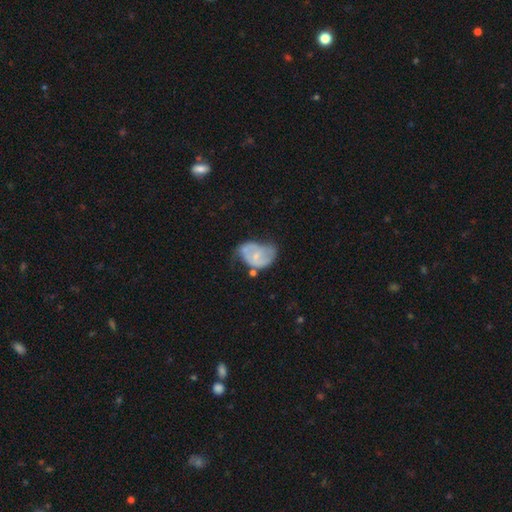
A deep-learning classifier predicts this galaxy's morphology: Smooth or featured? Predicted: featured or disk (p=0.56). Edge-on disk? Predicted: no (p=0.97). Bar? Predicted: no (p=0.59). Spiral arms? Predicted: yes (p=0.59). Bulge size? Predicted: small (p=0.57). Merging? Predicted: minor disturbance (p=0.36).